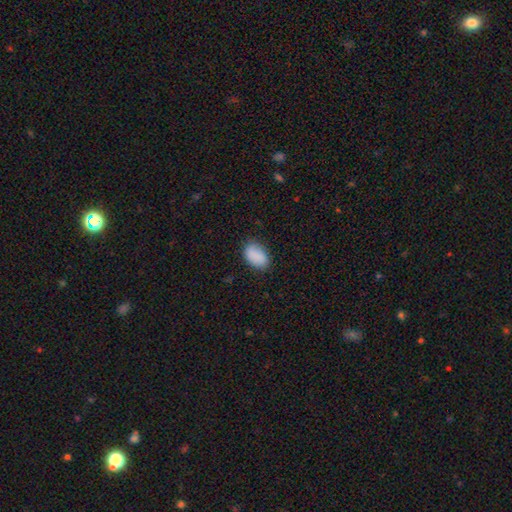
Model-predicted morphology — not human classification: A smooth galaxy with no disk features (89%) that is in between round and cigar-shaped (91%).

Vote fractions:
- Smooth or featured? smooth: 89% / star or artifact: 7% / featured or disk: 5%
- How rounded? in between: 91% / round: 8% / cigar-shaped: 1%
- Merging? none: 79% / minor disturbance: 16% / major disturbance: 3% / merger: 1%